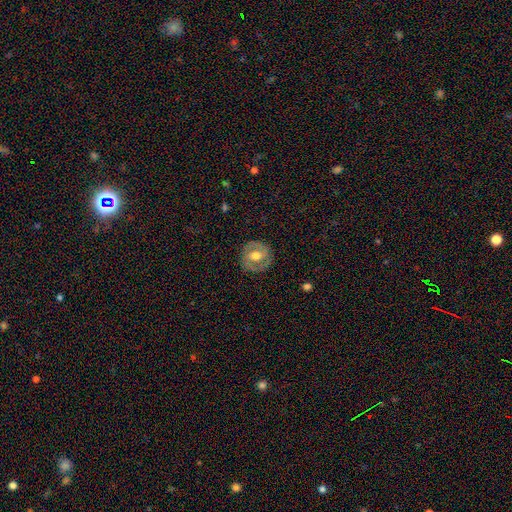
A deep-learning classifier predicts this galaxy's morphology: This is likely a featured or disk galaxy (63%). It is clearly not viewed edge-on (96%). Bar: marginally weak (43%). Spiral arm pattern: likely yes (65%). Central bulge: likely moderate (72%). Merging: clearly none (84%).